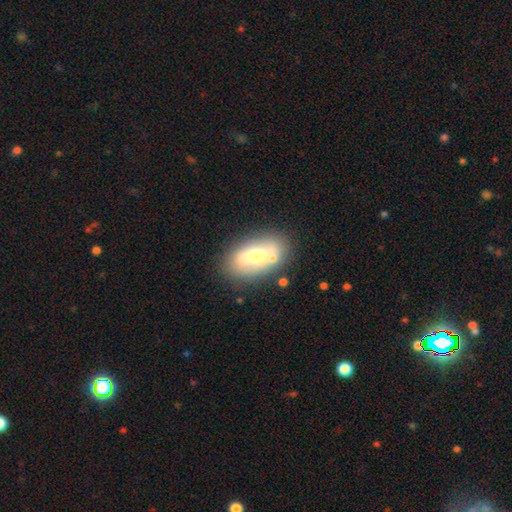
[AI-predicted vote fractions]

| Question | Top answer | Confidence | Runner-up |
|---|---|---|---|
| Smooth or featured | smooth | 50% | featured or disk (41%) |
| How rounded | in between | 85% | cigar-shaped (11%) |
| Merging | none | 70% | minor disturbance (17%) |